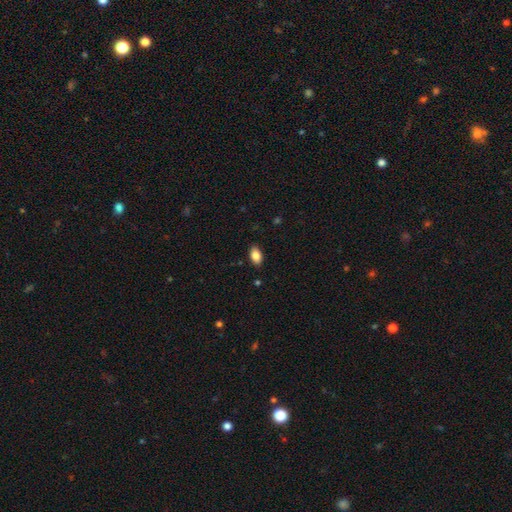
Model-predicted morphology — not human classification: This is clearly a smooth galaxy (85%). How rounded: clearly in between (91%). Merging: clearly none (87%).